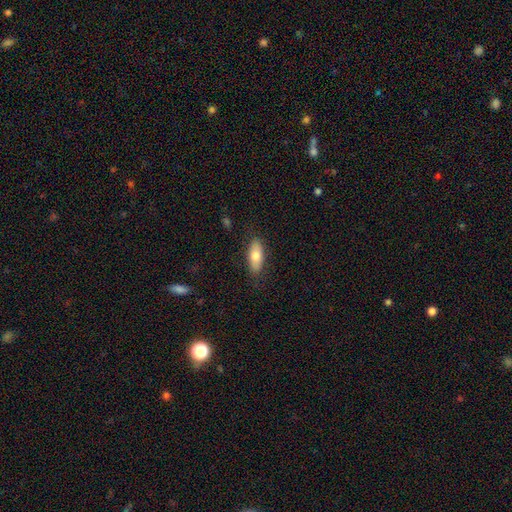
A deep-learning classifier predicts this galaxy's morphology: A smooth galaxy with no disk features (75%) that is in between round and cigar-shaped (78%).

Vote fractions:
- Smooth or featured? smooth: 75% / featured or disk: 19% / star or artifact: 6%
- How rounded? in between: 78% / cigar-shaped: 20% / round: 2%
- Merging? none: 85% / minor disturbance: 11% / major disturbance: 3% / merger: 1%